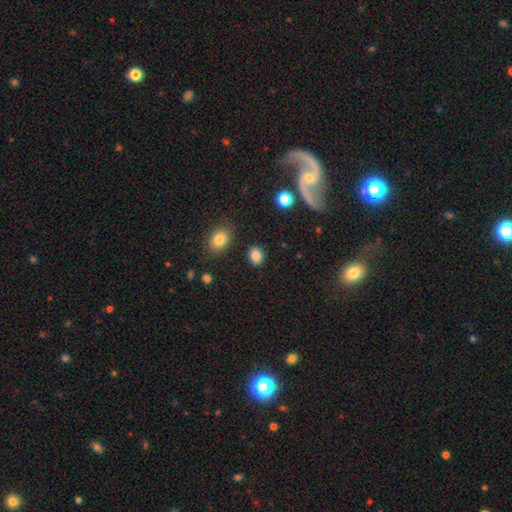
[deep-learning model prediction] A smooth galaxy with no disk features (86%) that is in between round and cigar-shaped (51%).

Vote fractions:
- Smooth or featured? smooth: 86% / star or artifact: 10% / featured or disk: 4%
- How rounded? in between: 51% / round: 47% / cigar-shaped: 1%
- Merging? none: 87% / minor disturbance: 8% / major disturbance: 3% / merger: 2%